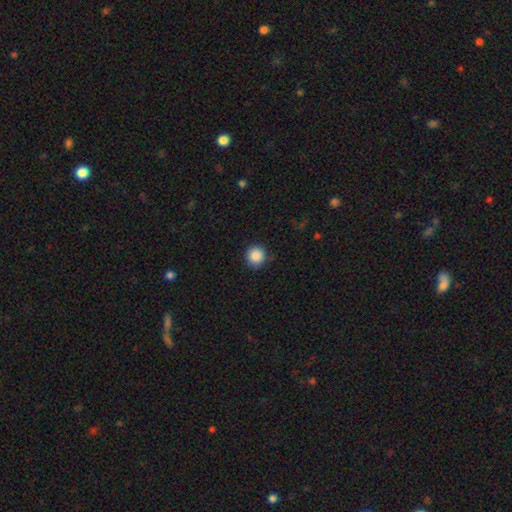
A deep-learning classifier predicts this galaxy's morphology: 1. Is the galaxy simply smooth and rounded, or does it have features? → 88% smooth, 9% star or artifact, 3% featured or disk.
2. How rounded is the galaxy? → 94% round, 5% in between, 1% cigar-shaped.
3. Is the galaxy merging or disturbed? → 90% none, 7% minor disturbance, 2% major disturbance, 1% merger.